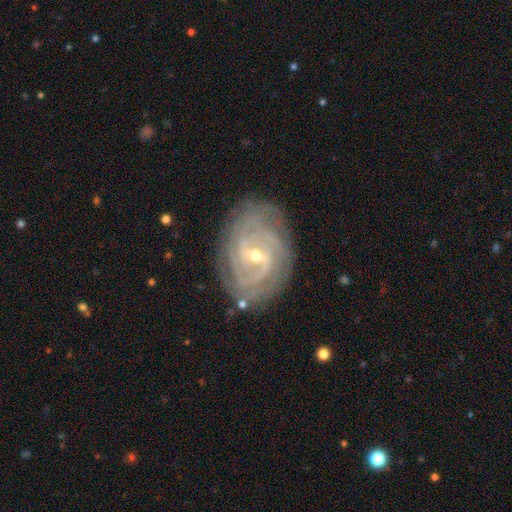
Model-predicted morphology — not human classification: smooth_or_featured: featured or disk (p=0.91) [alt: star or artifact p=0.05]
disk_edge_on: no (p=0.97) [alt: yes p=0.03]
bar: weak (p=0.51) [alt: no p=0.27]
has_spiral_arms: yes (p=0.98) [alt: no p=0.02]
spiral_winding: tight (p=0.74) [alt: medium p=0.23]
spiral_arm_count: 2 (p=0.27) [alt: 3 p=0.22]
bulge_size: small (p=0.61) [alt: moderate p=0.37]
merging: none (p=0.81) [alt: minor disturbance p=0.14]